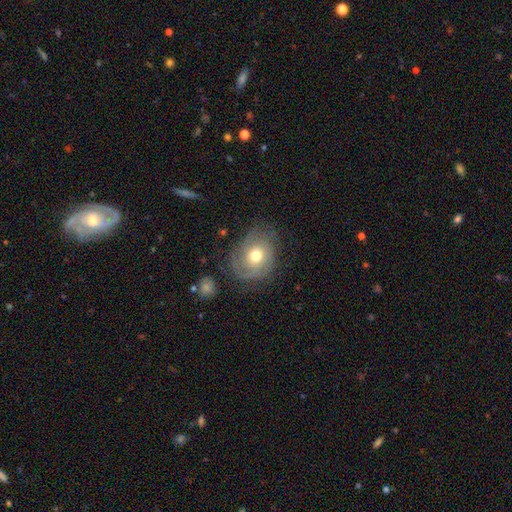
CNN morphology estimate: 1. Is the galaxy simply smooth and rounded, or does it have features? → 63% featured or disk, 30% smooth, 8% star or artifact.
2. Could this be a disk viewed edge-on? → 96% no, 4% yes.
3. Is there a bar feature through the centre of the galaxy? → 84% no, 14% weak, 3% strong.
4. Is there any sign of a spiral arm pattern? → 82% yes, 18% no.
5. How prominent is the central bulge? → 74% moderate, 15% small, 8% large, 1% dominant, 1% none.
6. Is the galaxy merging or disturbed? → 67% none, 20% minor disturbance, 11% major disturbance, 2% merger.